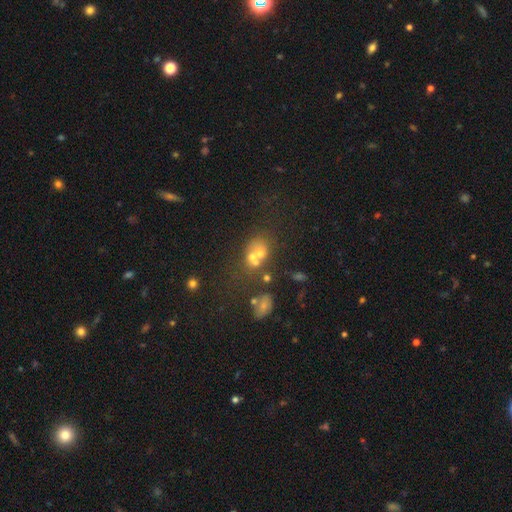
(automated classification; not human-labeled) smooth_or_featured: smooth (p=0.52) [alt: featured or disk p=0.29]
how_rounded: round (p=0.57) [alt: in between p=0.42]
merging: merger (p=0.53) [alt: none p=0.29]